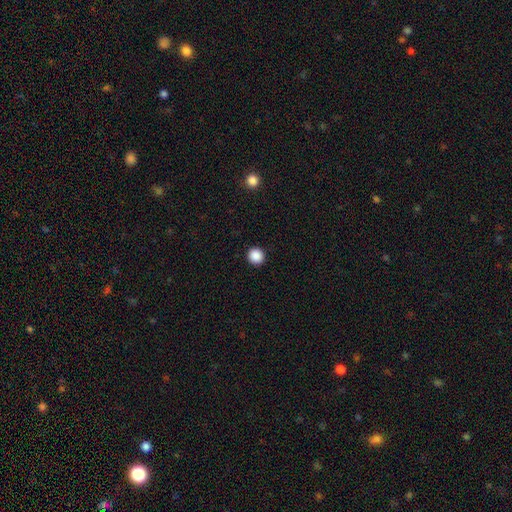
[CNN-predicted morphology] This is clearly a smooth galaxy (88%). How rounded: clearly round (94%). Merging: clearly none (93%).